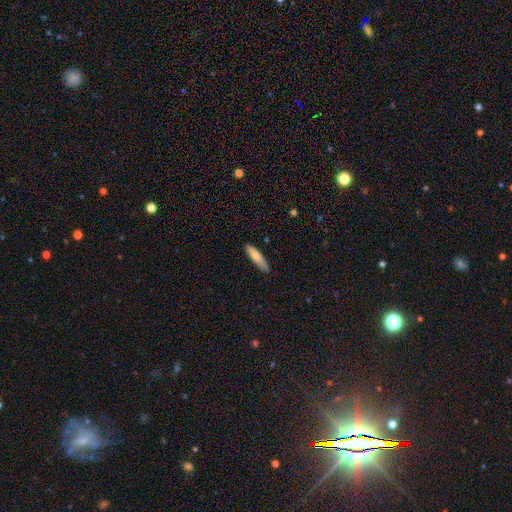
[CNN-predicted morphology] smooth_or_featured: smooth (p=0.74) [alt: featured or disk p=0.21]
how_rounded: cigar-shaped (p=0.78) [alt: in between p=0.21]
merging: none (p=0.82) [alt: minor disturbance p=0.15]